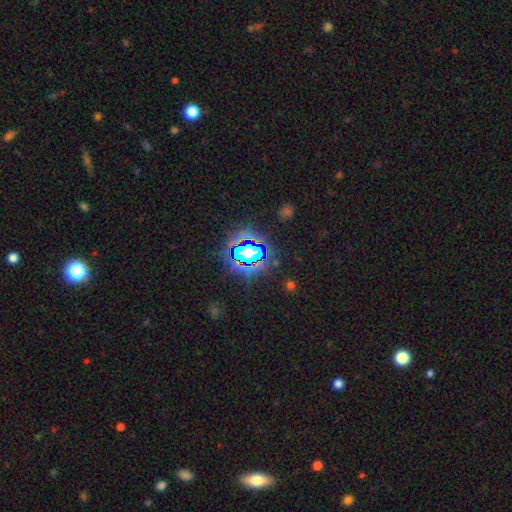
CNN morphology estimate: star or artifact 79%, smooth 13%, featured or disk 7%.